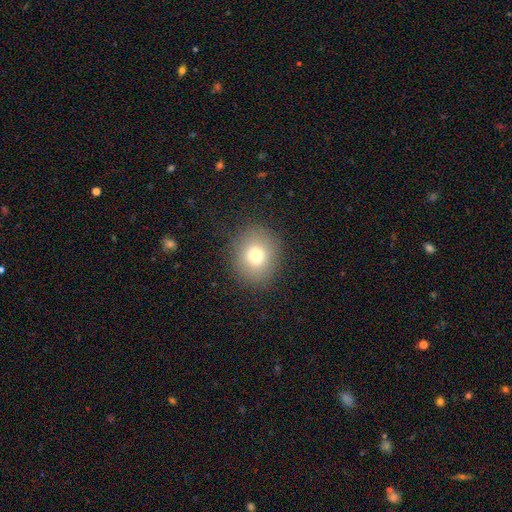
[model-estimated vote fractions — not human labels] Smooth or featured?
  - smooth: 76% *
  - star or artifact: 13%
  - featured or disk: 11%
How rounded?
  - round: 76% *
  - in between: 23%
  - cigar-shaped: 1%
Merging?
  - none: 87% *
  - minor disturbance: 8%
  - major disturbance: 4%
  - merger: 1%